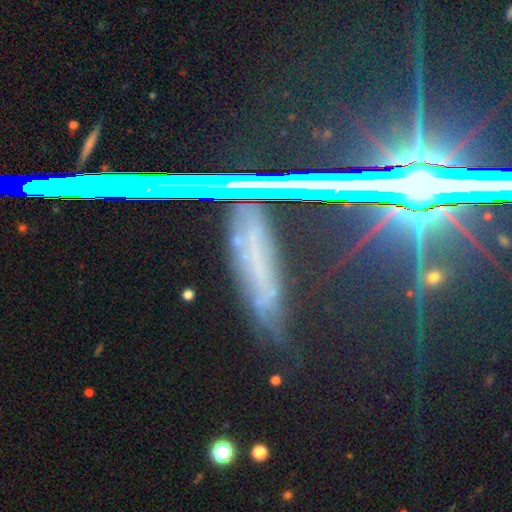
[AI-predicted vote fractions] The model was most divided on "smooth or featured": star or artifact: 52%, featured or disk: 31%, smooth: 17%.